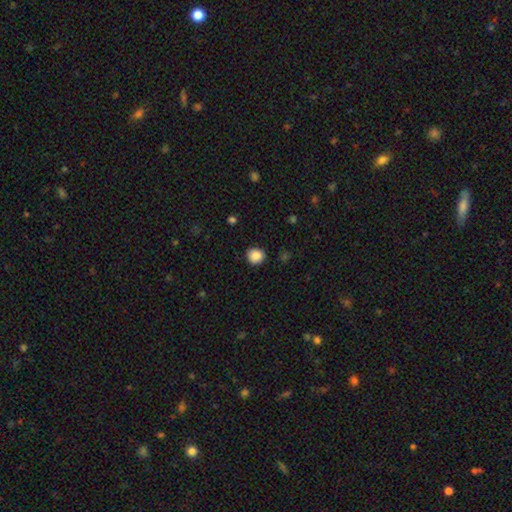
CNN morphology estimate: smooth-or-featured: smooth: 88% | star or artifact: 9% | featured or disk: 3%
  how-rounded: round: 85% | in between: 15% | cigar-shaped: 1%
  merging: none: 88% | minor disturbance: 9% | major disturbance: 2% | merger: 1%